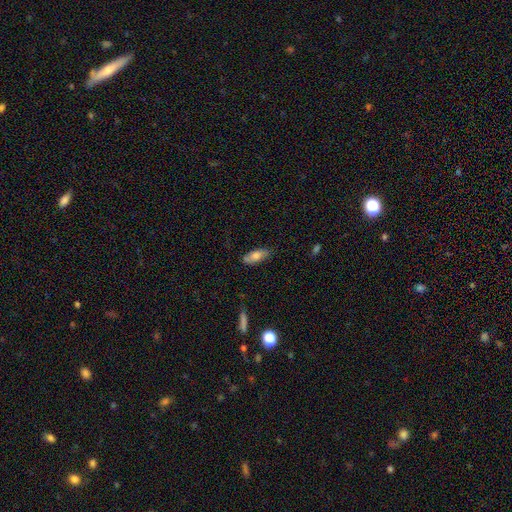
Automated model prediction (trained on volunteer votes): smooth-or-featured: smooth: 75% | featured or disk: 19% | star or artifact: 7%
  how-rounded: in between: 74% | cigar-shaped: 24% | round: 2%
  merging: none: 77% | minor disturbance: 18% | major disturbance: 3% | merger: 2%